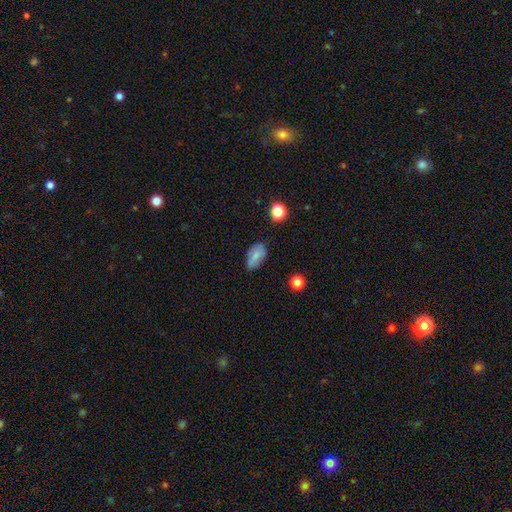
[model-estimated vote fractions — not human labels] A smooth galaxy with no disk features (74%) that is in between round and cigar-shaped (91%). Merging: none (65%).